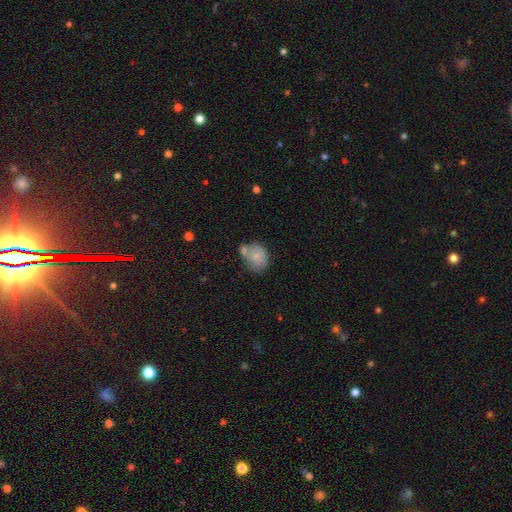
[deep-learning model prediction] Overall: smooth (76%). How rounded: round (50%; in between 49%). Merging: none (45%; merger 25%).